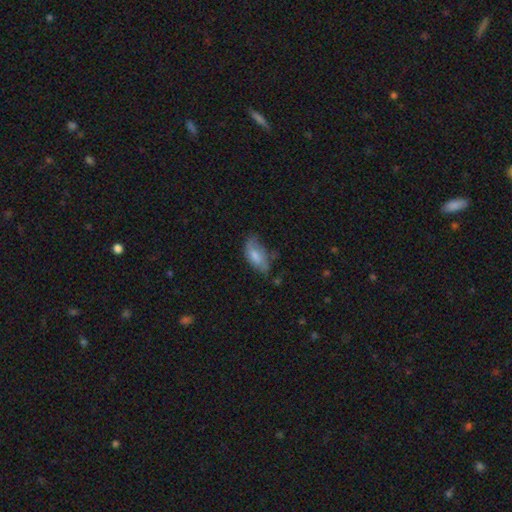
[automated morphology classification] This is likely a smooth galaxy (69%). How rounded: clearly in between (91%). Merging: possibly none (47%).